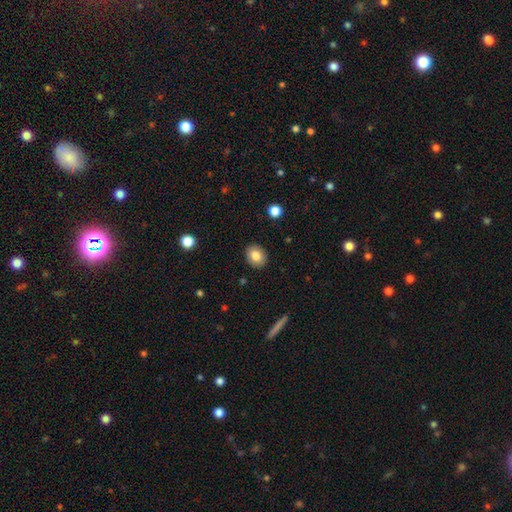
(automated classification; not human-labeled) Overall: smooth (82%). How rounded: round (55%; in between 44%). Merging: none (90%).